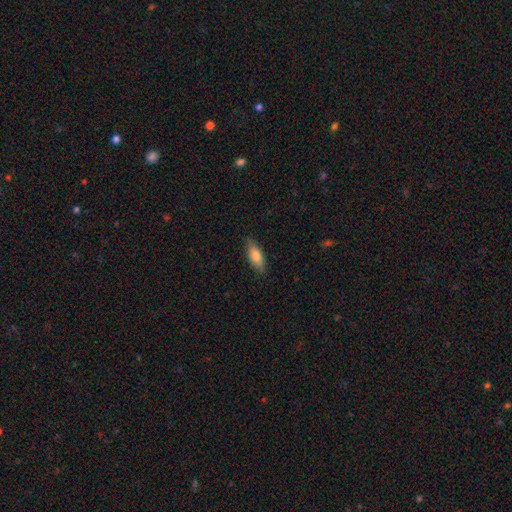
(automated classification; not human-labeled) A smooth galaxy with no disk features (70%) that is in between round and cigar-shaped (62%).

Vote fractions:
- Smooth or featured? smooth: 70% / featured or disk: 23% / star or artifact: 6%
- How rounded? in between: 62% / cigar-shaped: 36% / round: 3%
- Merging? none: 86% / minor disturbance: 11% / major disturbance: 2% / merger: 1%